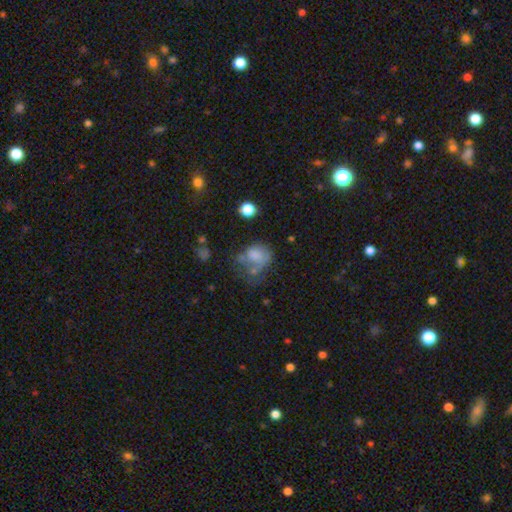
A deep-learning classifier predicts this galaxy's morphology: Smooth or featured: smooth — 56% (featured or disk — 32%)
How rounded: in between — 50% (round — 49%)
Merging: major disturbance — 43% (minor disturbance — 20%)